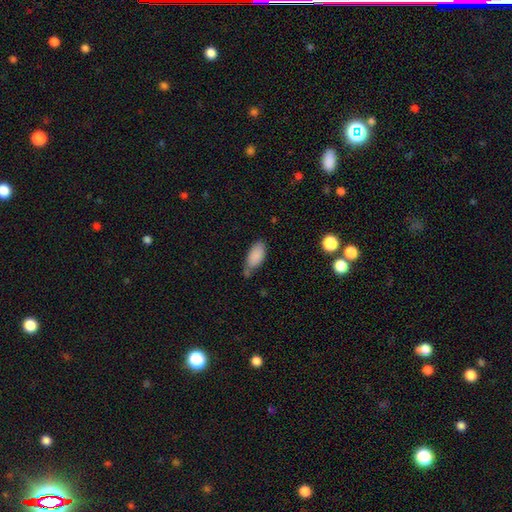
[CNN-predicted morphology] smooth-or-featured: smooth: 86% | star or artifact: 8% | featured or disk: 6%
  how-rounded: in between: 91% | cigar-shaped: 7% | round: 3%
  merging: none: 46% | minor disturbance: 36% | major disturbance: 9% | merger: 9%